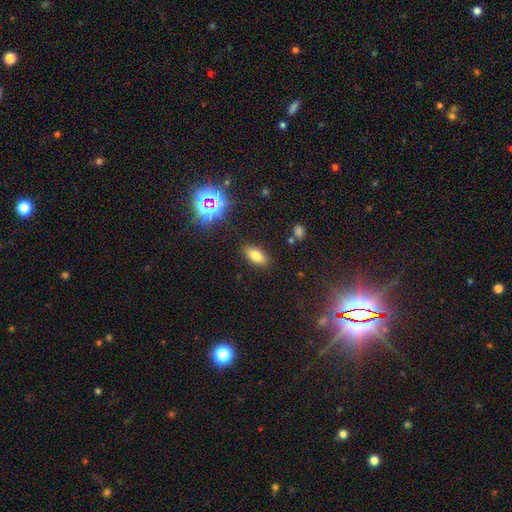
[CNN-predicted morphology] Q: Smooth or featured?
A: smooth (74%); runner-up: star or artifact (15%)
Q: How rounded?
A: in between (86%); runner-up: cigar-shaped (9%)
Q: Merging?
A: none (86%); runner-up: minor disturbance (10%)